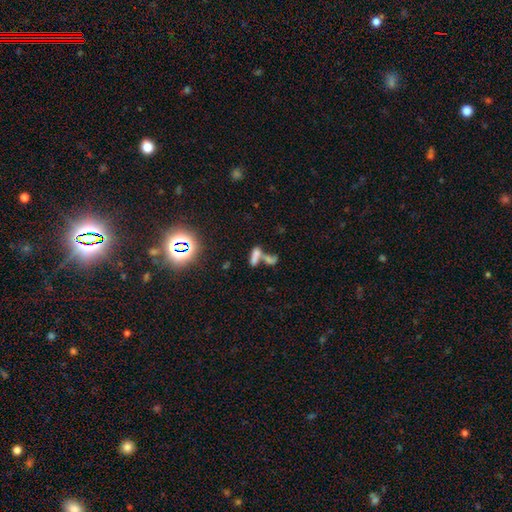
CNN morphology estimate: Smooth or featured? smooth (58%)
How rounded? in between (64%)
Merging? merger (64%)